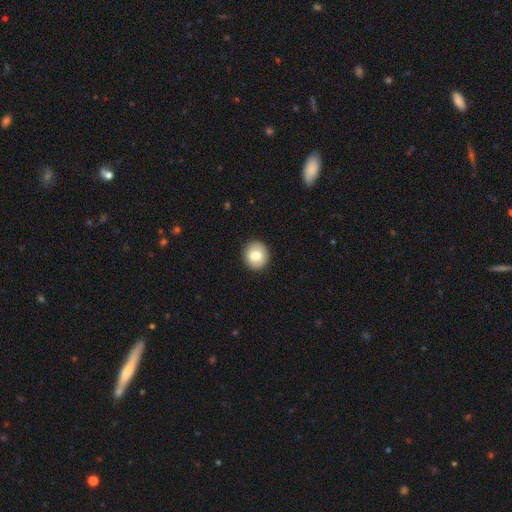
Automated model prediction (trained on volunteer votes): Smooth or featured? smooth (76%)
How rounded? round (82%)
Merging? none (90%)